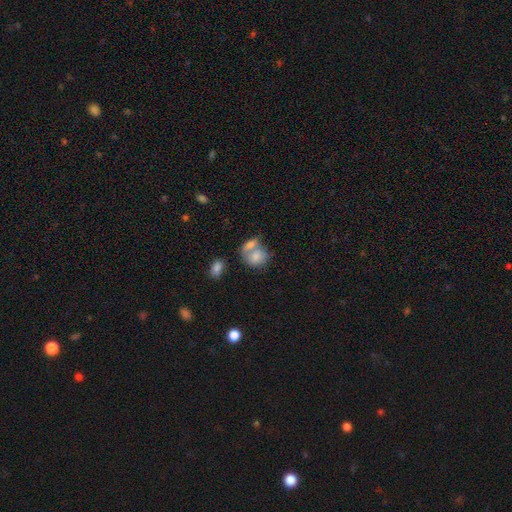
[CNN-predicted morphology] Overall: smooth (75%). How rounded: in between (60%; round 38%). Merging: merger (59%; none 24%).